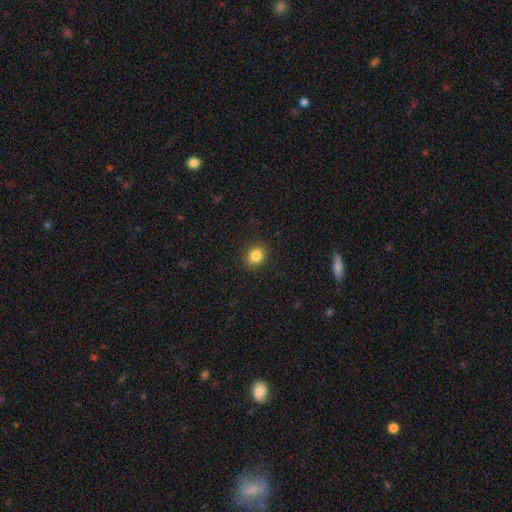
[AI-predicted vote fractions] Smooth or featured?
  - smooth: 85% *
  - star or artifact: 10%
  - featured or disk: 5%
How rounded?
  - round: 68% *
  - in between: 31%
  - cigar-shaped: 1%
Merging?
  - none: 90% *
  - minor disturbance: 7%
  - major disturbance: 2%
  - merger: 1%